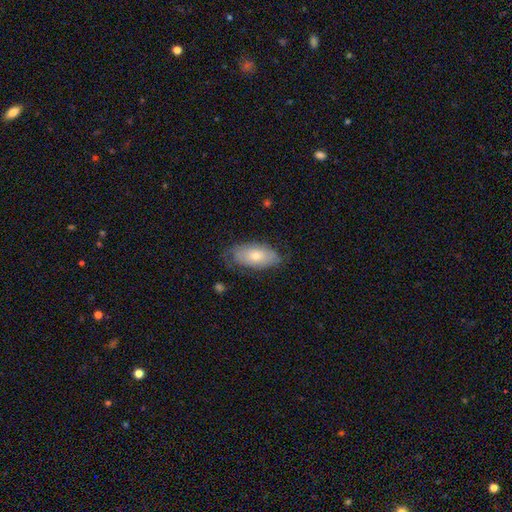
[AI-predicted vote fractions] This appears to be a smooth galaxy with no disk features (63%) that is in between round and cigar-shaped (92%). Merging: none (63%).